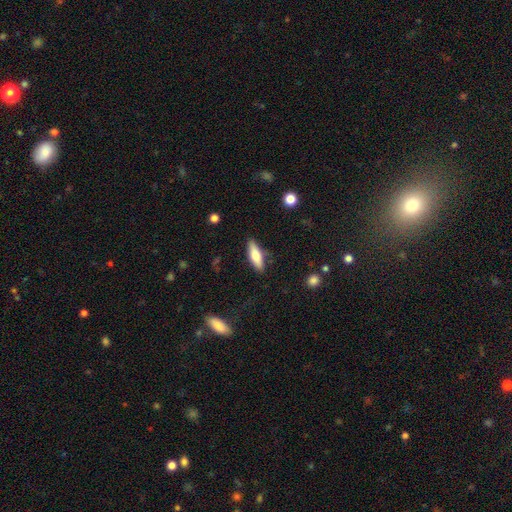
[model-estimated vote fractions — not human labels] Smooth or featured? smooth (67%)
How rounded? cigar-shaped (52%)
Merging? none (84%)